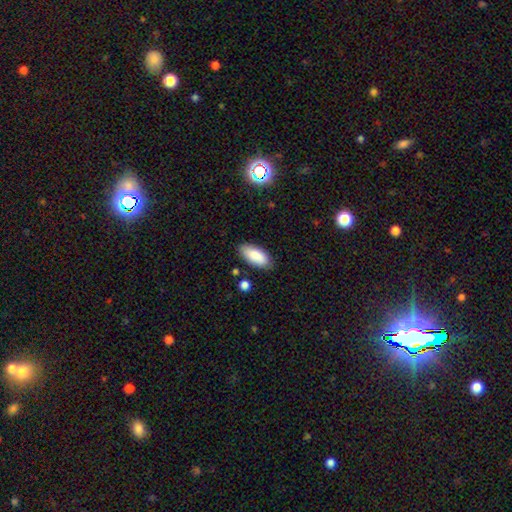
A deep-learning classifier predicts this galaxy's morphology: A smooth galaxy with no disk features (88%) that is in between round and cigar-shaped (89%). Merging: none (84%).